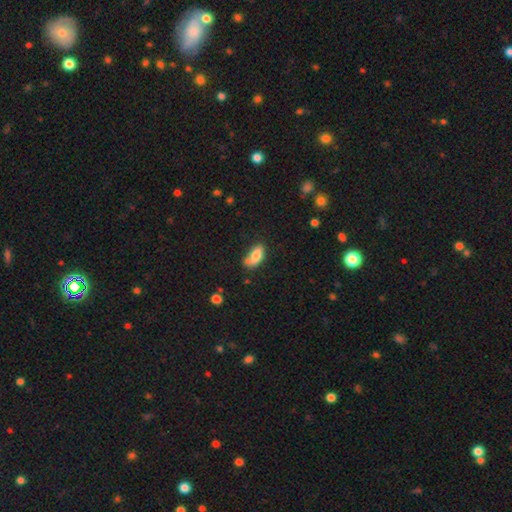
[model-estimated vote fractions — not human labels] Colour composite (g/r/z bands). It shows a smooth galaxy with no disk features (76%) that is in between round and cigar-shaped (88%). Merging: none (49%).